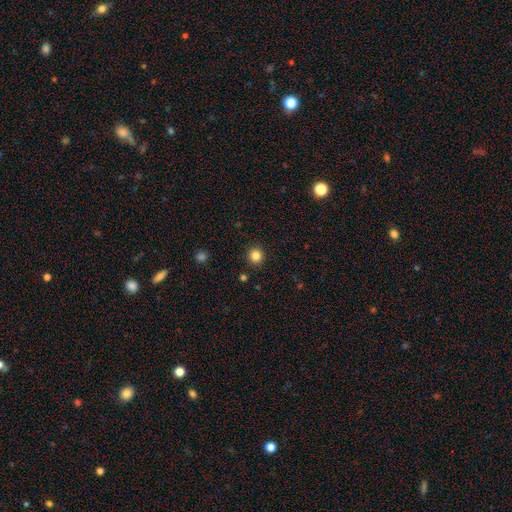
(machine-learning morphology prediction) Smooth or featured?
  - smooth: 84% *
  - star or artifact: 12%
  - featured or disk: 4%
How rounded?
  - round: 93% *
  - in between: 6%
  - cigar-shaped: 1%
Merging?
  - none: 92% *
  - minor disturbance: 5%
  - major disturbance: 2%
  - merger: 1%